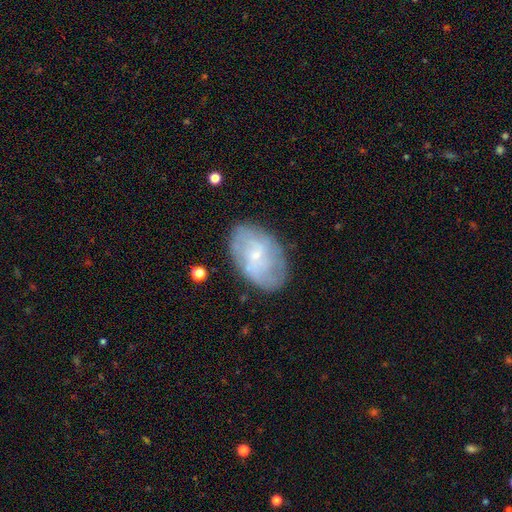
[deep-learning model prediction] Smooth or featured: featured or disk — 58% (smooth — 34%)
Edge-on disk: no — 96% (yes — 4%)
Bar: no — 57% (weak — 36%)
Spiral arms: yes — 72% (no — 28%)
Bulge size: small — 78% (moderate — 16%)
Merging: none — 73% (minor disturbance — 19%)